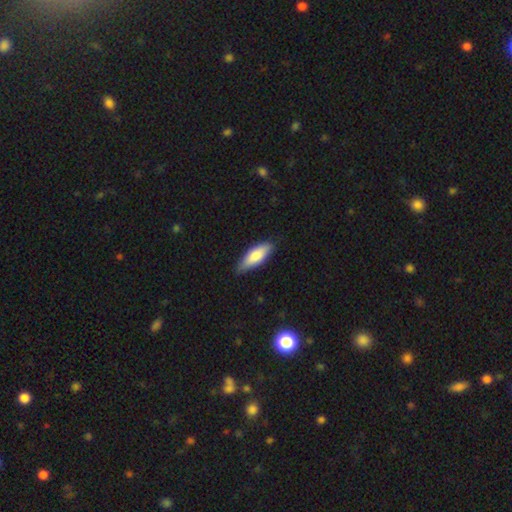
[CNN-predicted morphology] A smooth galaxy with no disk features (77%) that is in between round and cigar-shaped (63%). Merging: none (80%).